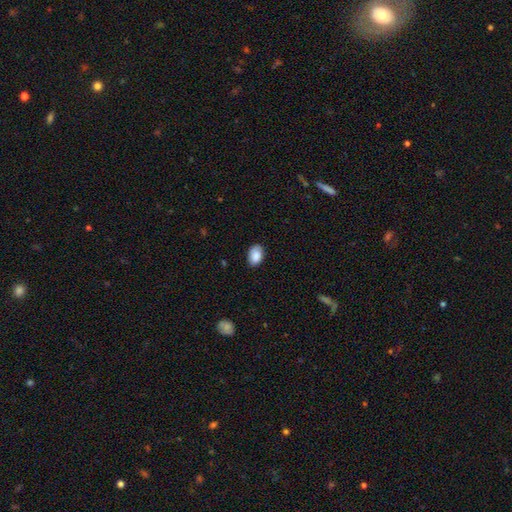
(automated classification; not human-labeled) The model was most divided on "merging": none: 79%, minor disturbance: 17%, major disturbance: 3%, merger: 1%. More confident: how rounded — in between (88%); smooth or featured — smooth (86%).